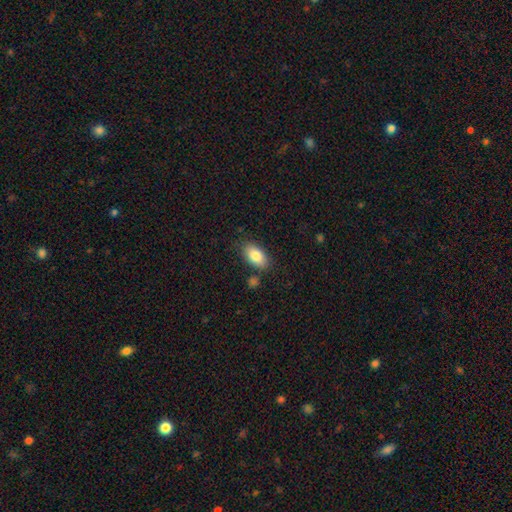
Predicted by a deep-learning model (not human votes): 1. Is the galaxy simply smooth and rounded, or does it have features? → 84% smooth, 10% featured or disk, 7% star or artifact.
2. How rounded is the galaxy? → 93% in between, 5% round, 3% cigar-shaped.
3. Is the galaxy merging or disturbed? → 79% none, 13% minor disturbance, 5% merger, 3% major disturbance.